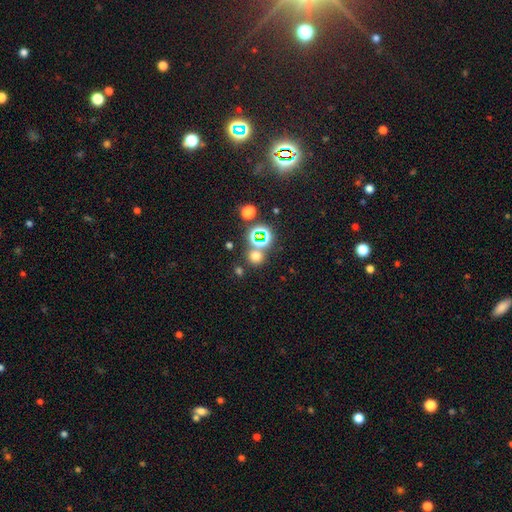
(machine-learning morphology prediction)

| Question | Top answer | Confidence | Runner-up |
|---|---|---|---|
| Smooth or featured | smooth | 61% | star or artifact (33%) |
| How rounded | round | 87% | in between (11%) |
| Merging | none | 75% | merger (14%) |